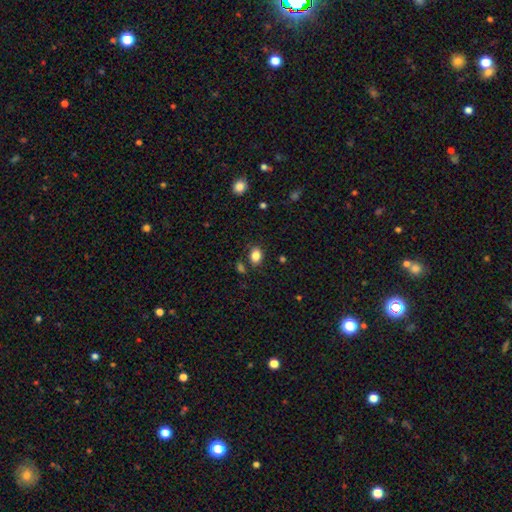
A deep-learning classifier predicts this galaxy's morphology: Smooth or featured? Predicted: smooth (p=0.85). How rounded? Predicted: in between (p=0.73). Merging? Predicted: none (p=0.79).